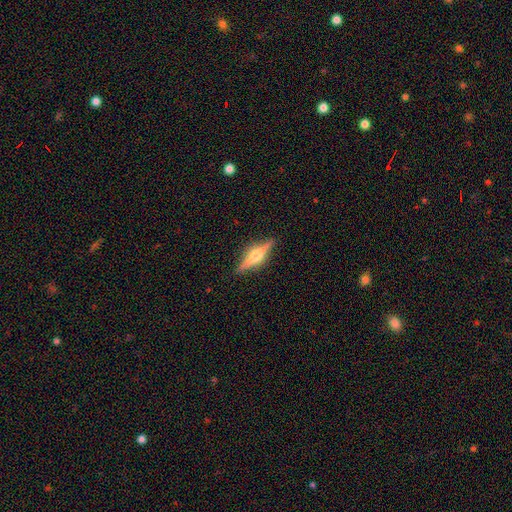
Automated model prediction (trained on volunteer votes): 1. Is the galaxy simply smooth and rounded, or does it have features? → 74% featured or disk, 20% smooth, 6% star or artifact.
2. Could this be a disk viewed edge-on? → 97% yes, 3% no.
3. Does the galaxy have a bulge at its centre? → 92% rounded, 5% boxy, 2% none.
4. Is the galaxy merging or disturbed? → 89% none, 8% minor disturbance, 2% major disturbance, 1% merger.